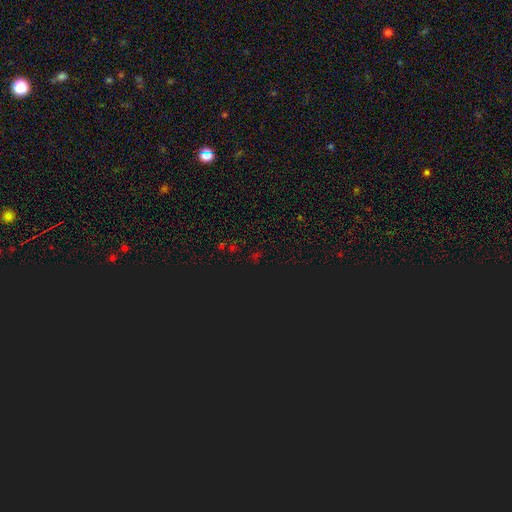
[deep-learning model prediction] Smooth or featured? Predicted: star or artifact (p=0.75).